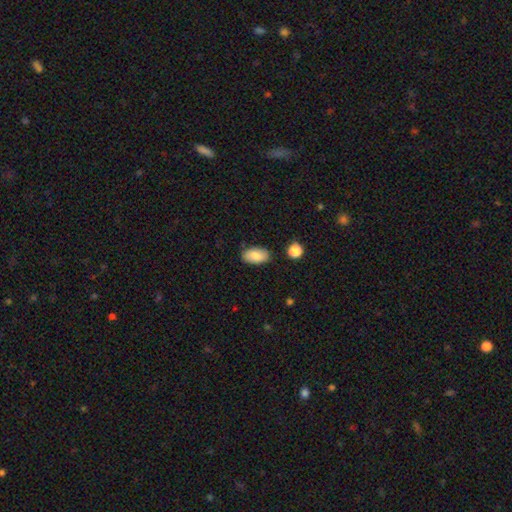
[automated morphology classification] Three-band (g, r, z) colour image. It shows a smooth galaxy with no disk features (85%) that is in between round and cigar-shaped (94%). Merging: none (84%).